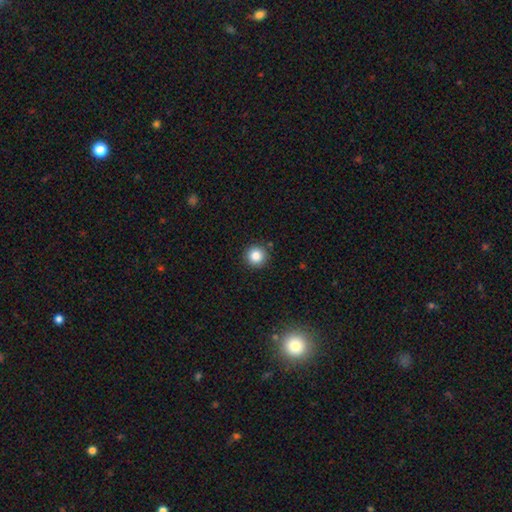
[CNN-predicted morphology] type=smooth (85%); roundness=round (96%); merging=none (90%).